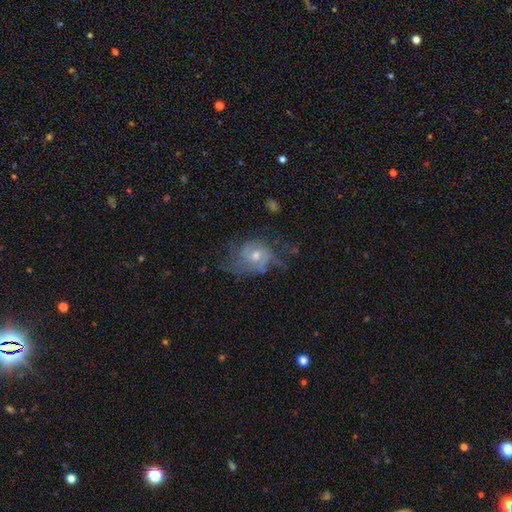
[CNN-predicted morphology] Q: Smooth or featured?
A: featured or disk (64%); runner-up: smooth (26%)
Q: Edge-on disk?
A: no (97%); runner-up: yes (3%)
Q: Bar?
A: no (68%); runner-up: weak (28%)
Q: Spiral arms?
A: yes (70%); runner-up: no (30%)
Q: Bulge size?
A: moderate (54%); runner-up: small (38%)
Q: Merging?
A: none (43%); runner-up: major disturbance (30%)